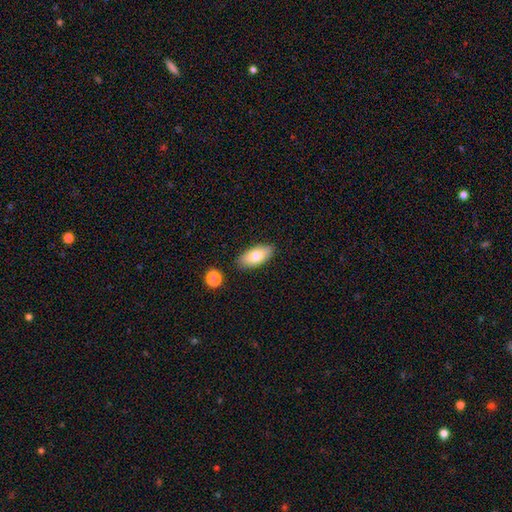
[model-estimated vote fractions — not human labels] Overall: smooth (75%). How rounded: in between (89%). Merging: none (85%).